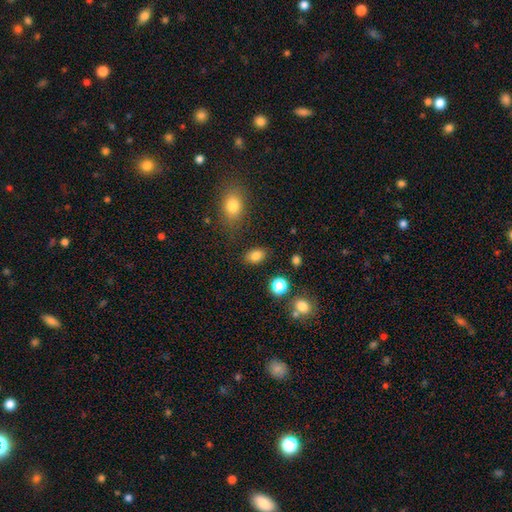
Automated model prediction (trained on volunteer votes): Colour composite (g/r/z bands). It shows a smooth galaxy with no disk features (83%) that is in between round and cigar-shaped (80%). Merging: none (83%).